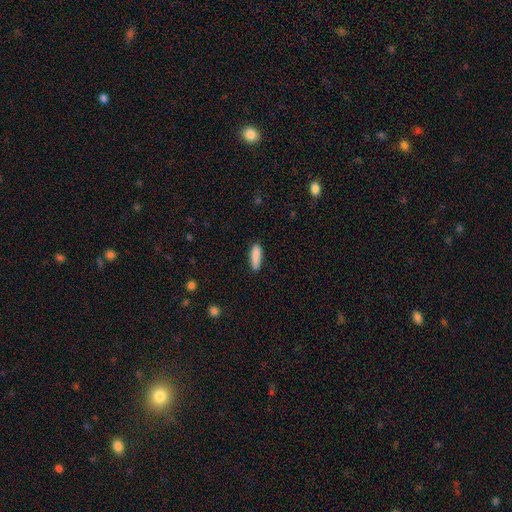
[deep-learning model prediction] A smooth galaxy with no disk features (88%) that is cigar-shaped (64%). Merging: none (85%).